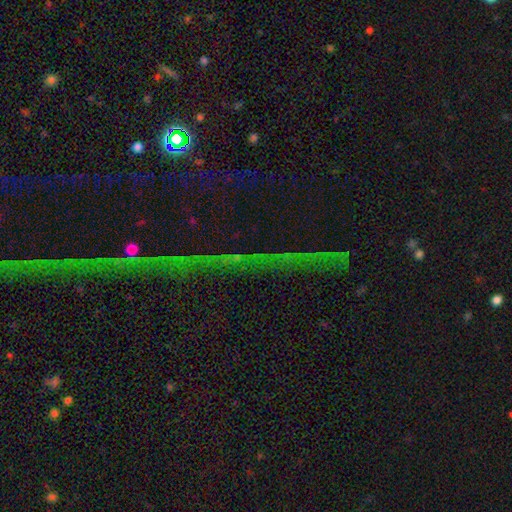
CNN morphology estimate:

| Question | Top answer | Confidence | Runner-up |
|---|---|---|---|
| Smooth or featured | star or artifact | 71% | featured or disk (16%) |